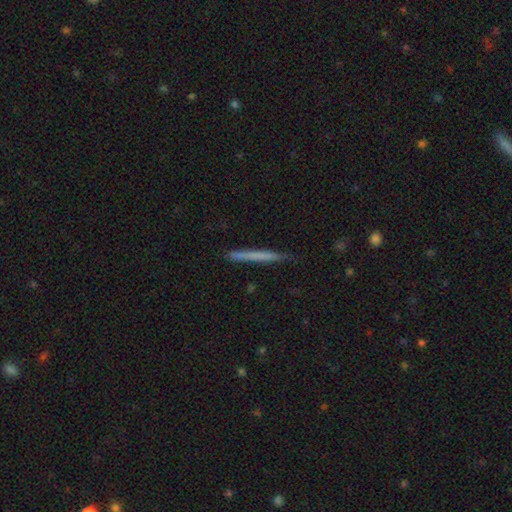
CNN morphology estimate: Smooth or featured? Predicted: smooth (p=0.58). How rounded? Predicted: cigar-shaped (p=0.97). Merging? Predicted: none (p=0.87).